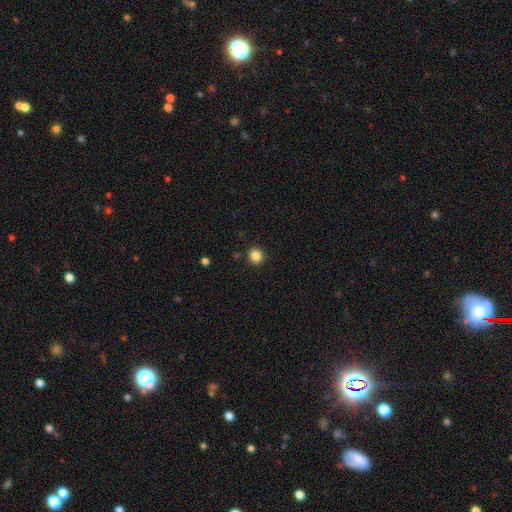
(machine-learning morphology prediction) A smooth galaxy with no disk features (85%) that is round (91%). Merging: none (90%).